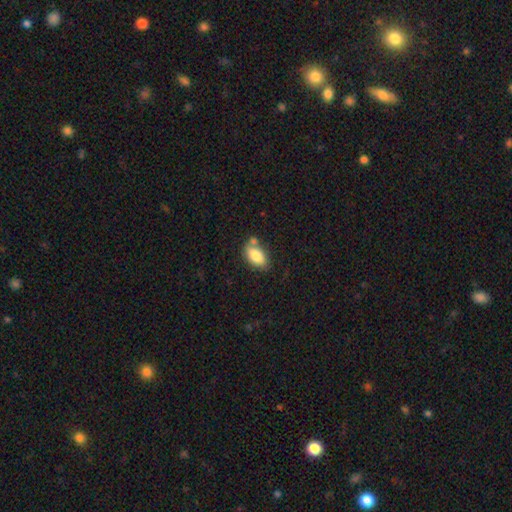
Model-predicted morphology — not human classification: Smooth or featured?
  - smooth: 82% *
  - featured or disk: 11%
  - star or artifact: 7%
How rounded?
  - in between: 90% *
  - round: 5%
  - cigar-shaped: 4%
Merging?
  - none: 61% *
  - minor disturbance: 17%
  - merger: 17%
  - major disturbance: 4%